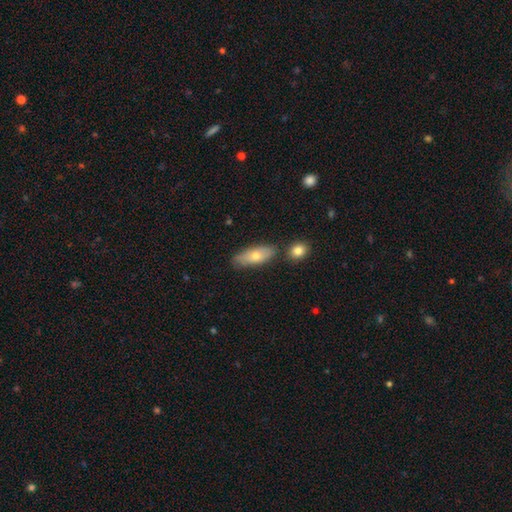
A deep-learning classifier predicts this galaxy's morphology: Smooth or featured? smooth (70%)
How rounded? in between (73%)
Merging? none (73%)